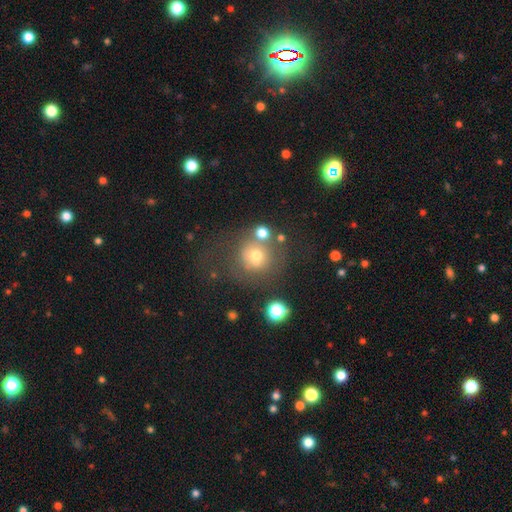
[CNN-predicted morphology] A smooth galaxy with no disk features (61%) that is round (89%). Merging: none (54%).